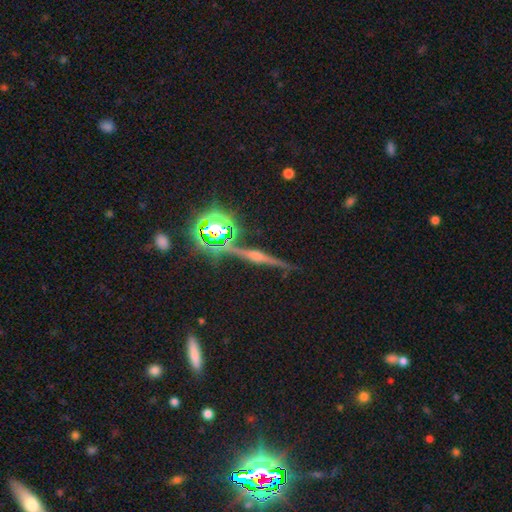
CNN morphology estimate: A featured or disk galaxy (65%) viewed edge-on (95%) with a rounded central bulge (84%).

Vote fractions:
- Smooth or featured? featured or disk: 65% / star or artifact: 23% / smooth: 12%
- Edge-on disk? yes: 95% / no: 5%
- Edge-on bulge? rounded: 84% / boxy: 8% / none: 8%
- Merging? none: 85% / minor disturbance: 10% / merger: 3% / major disturbance: 3%